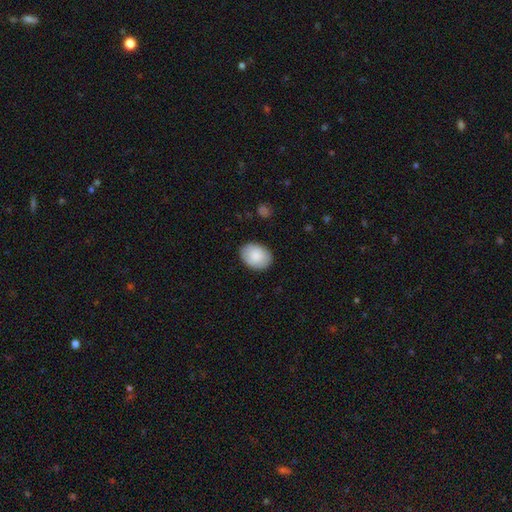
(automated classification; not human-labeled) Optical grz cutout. It shows a smooth galaxy with no disk features (86%) that is in between round and cigar-shaped (70%). Merging: none (86%).